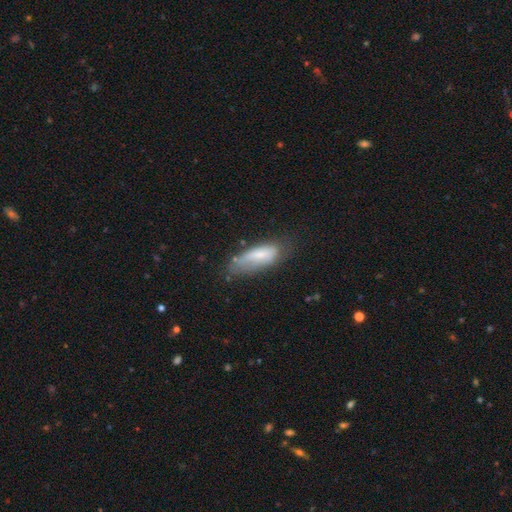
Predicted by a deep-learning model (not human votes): Q: Smooth or featured?
A: smooth (66%); runner-up: featured or disk (25%)
Q: How rounded?
A: in between (58%); runner-up: cigar-shaped (40%)
Q: Merging?
A: none (52%); runner-up: minor disturbance (33%)